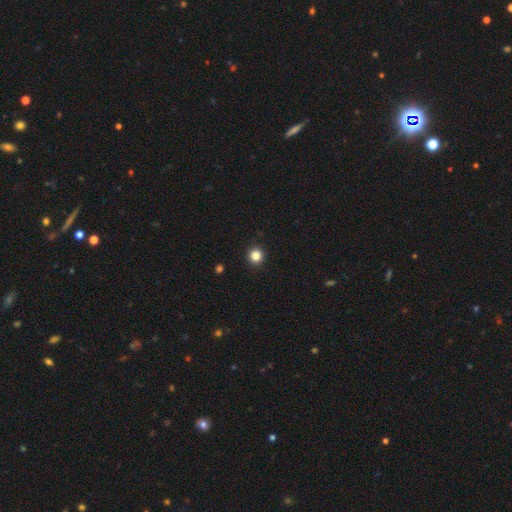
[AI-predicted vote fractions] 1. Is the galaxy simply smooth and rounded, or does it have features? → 84% smooth, 12% star or artifact, 4% featured or disk.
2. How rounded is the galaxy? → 93% round, 6% in between, 1% cigar-shaped.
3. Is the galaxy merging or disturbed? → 93% none, 4% minor disturbance, 2% major disturbance, 1% merger.